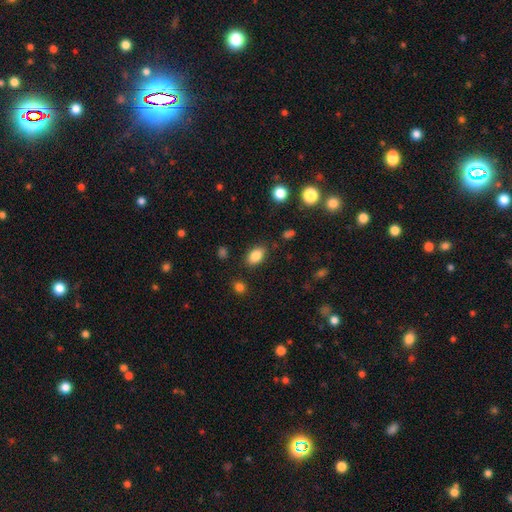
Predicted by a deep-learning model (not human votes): Smooth or featured: smooth — 84% (star or artifact — 9%)
How rounded: in between — 87% (round — 11%)
Merging: none — 84% (minor disturbance — 11%)